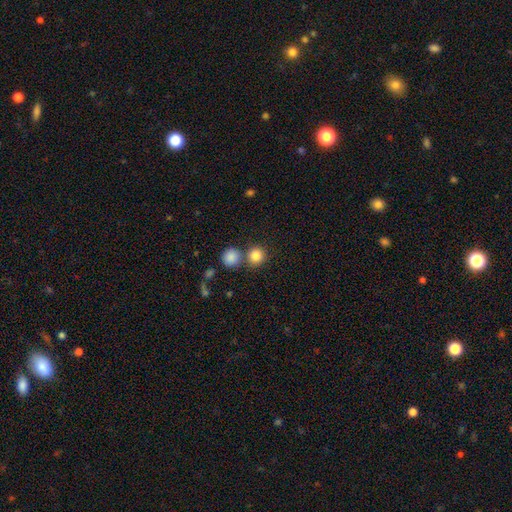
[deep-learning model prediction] Smooth or featured?
  - smooth: 84% *
  - star or artifact: 11%
  - featured or disk: 6%
How rounded?
  - round: 91% *
  - in between: 8%
  - cigar-shaped: 1%
Merging?
  - none: 66% *
  - merger: 24%
  - minor disturbance: 7%
  - major disturbance: 3%